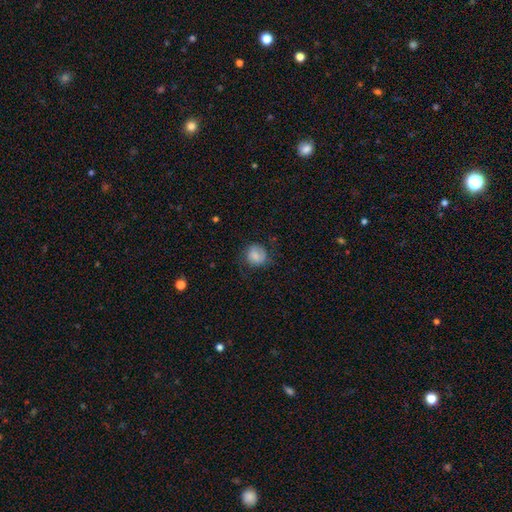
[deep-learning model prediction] Morphology: type=smooth (73%); roundness=round (76%); merging=none (61%).